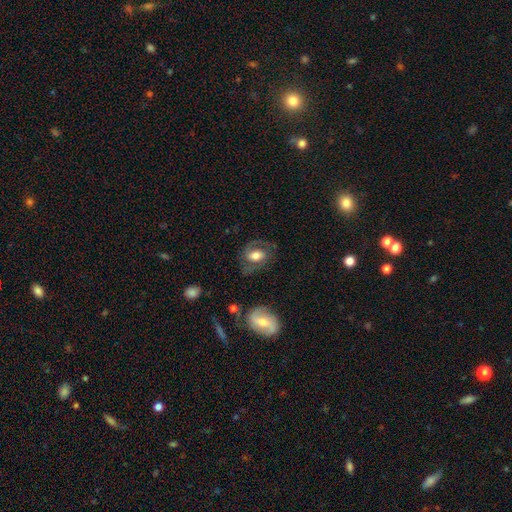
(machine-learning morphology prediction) This is likely a featured or disk galaxy (60%). It is clearly not viewed edge-on (96%). Bar: marginally no (44%). Spiral arm pattern: clearly yes (80%). Central bulge: possibly moderate (54%). Merging: likely none (68%).